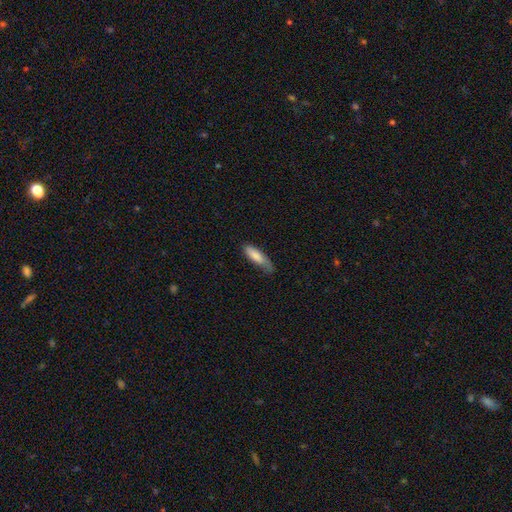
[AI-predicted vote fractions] This is clearly a smooth galaxy (80%). How rounded: possibly cigar-shaped (49%, tied with in between). Merging: possibly none (52%).